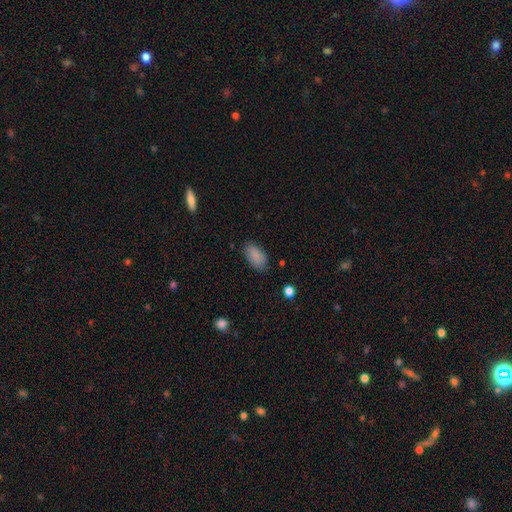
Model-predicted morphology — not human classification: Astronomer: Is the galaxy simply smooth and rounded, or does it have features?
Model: smooth — 87%.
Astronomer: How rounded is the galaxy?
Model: in between — 94%.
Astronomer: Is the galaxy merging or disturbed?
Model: none — 80%.